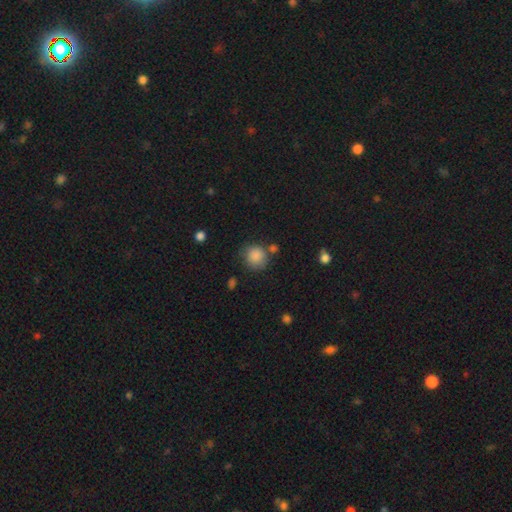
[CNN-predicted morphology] This appears to be a smooth galaxy with no disk features (86%) that is round (89%). Merging: none (70%).